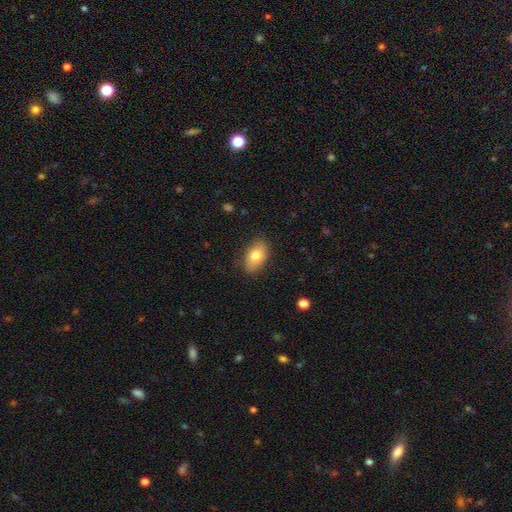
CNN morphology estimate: smooth-or-featured: smooth: 78% | featured or disk: 14% | star or artifact: 8%
  how-rounded: in between: 89% | round: 9% | cigar-shaped: 2%
  merging: none: 84% | minor disturbance: 12% | major disturbance: 3% | merger: 1%